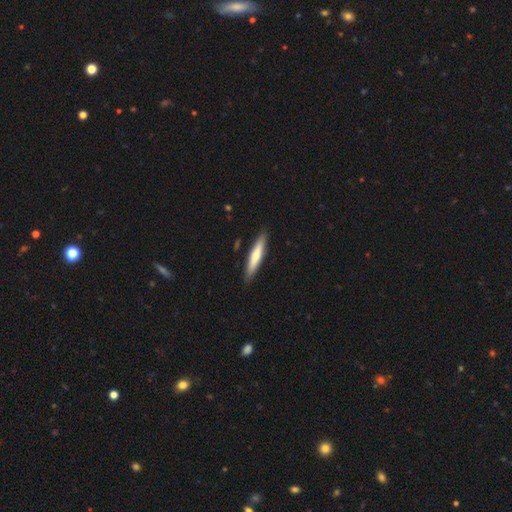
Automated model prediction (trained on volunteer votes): Morphology: type=smooth (63%); roundness=cigar-shaped (89%); merging=none (89%).